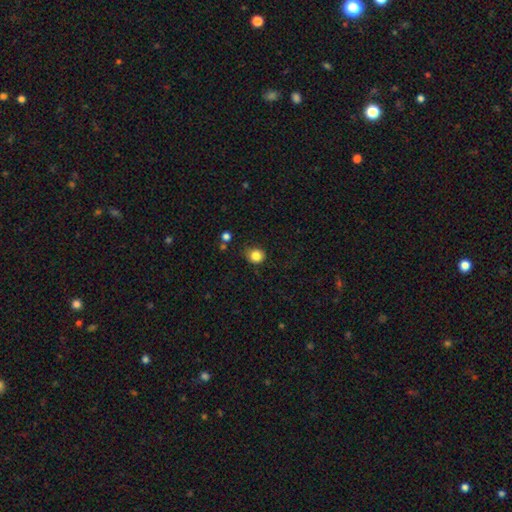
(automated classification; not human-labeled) Smooth or featured?
  - smooth: 84% *
  - star or artifact: 11%
  - featured or disk: 5%
How rounded?
  - round: 81% *
  - in between: 18%
  - cigar-shaped: 1%
Merging?
  - none: 76% *
  - minor disturbance: 17%
  - major disturbance: 4%
  - merger: 3%